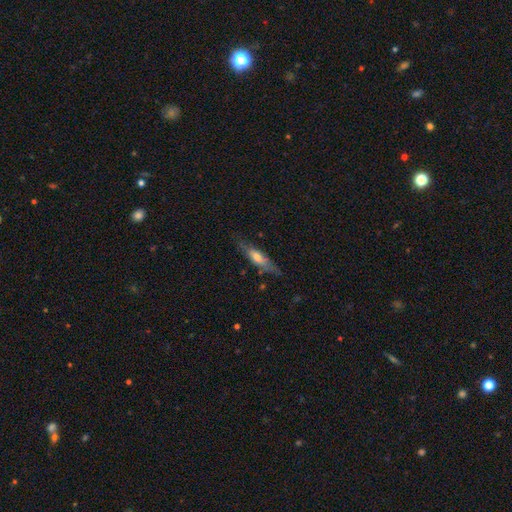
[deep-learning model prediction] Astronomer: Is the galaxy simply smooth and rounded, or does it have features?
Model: featured or disk — 48% (runner-up: smooth, 44%).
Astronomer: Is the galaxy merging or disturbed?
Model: none — 70%.